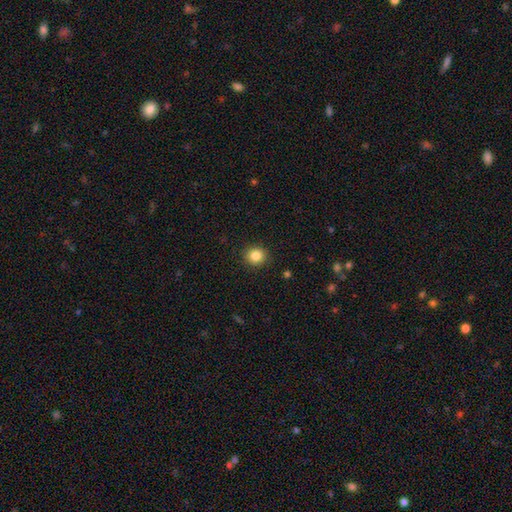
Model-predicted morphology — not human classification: smooth_or_featured: smooth (p=0.85) [alt: star or artifact p=0.10]
how_rounded: round (p=0.85) [alt: in between p=0.14]
merging: none (p=0.91) [alt: minor disturbance p=0.06]